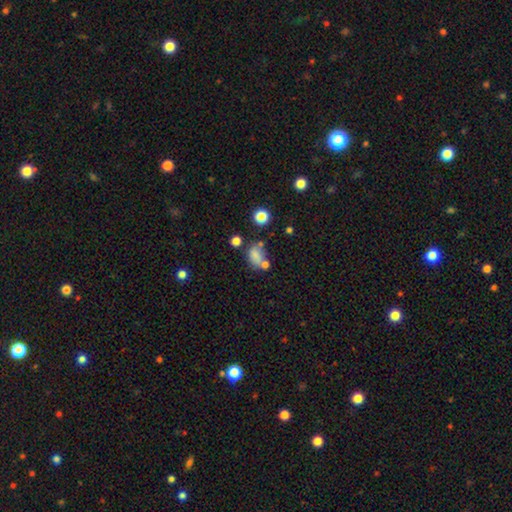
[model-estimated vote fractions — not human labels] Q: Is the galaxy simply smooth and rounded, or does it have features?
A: smooth — 73%.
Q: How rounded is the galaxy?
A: in between — 72%.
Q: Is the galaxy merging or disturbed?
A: none — 43%.